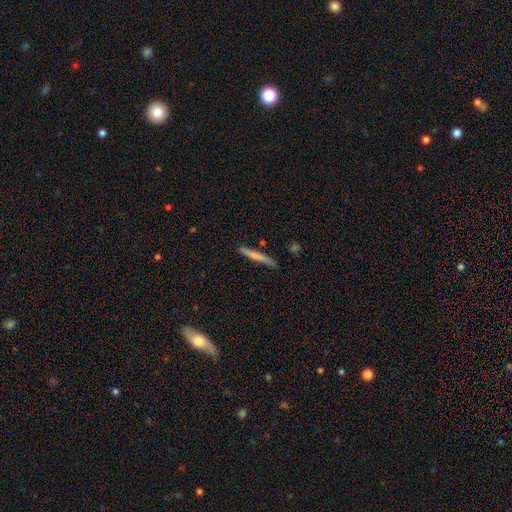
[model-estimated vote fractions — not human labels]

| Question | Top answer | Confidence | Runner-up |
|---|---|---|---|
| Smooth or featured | smooth | 68% | featured or disk (26%) |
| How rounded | cigar-shaped | 96% | in between (3%) |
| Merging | none | 83% | minor disturbance (12%) |